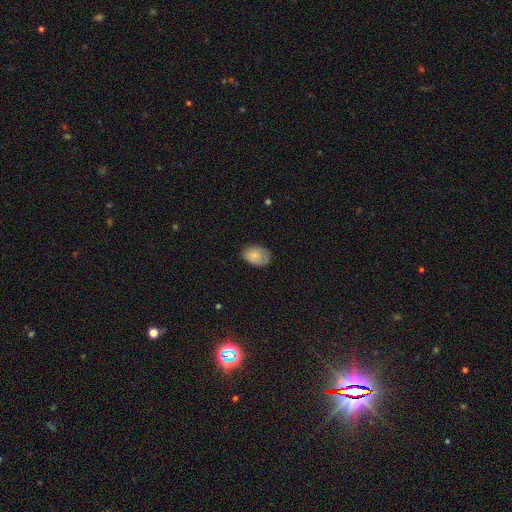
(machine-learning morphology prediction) A smooth galaxy with no disk features (81%) that is in between round and cigar-shaped (81%).

Vote fractions:
- Smooth or featured? smooth: 81% / featured or disk: 11% / star or artifact: 8%
- How rounded? in between: 81% / round: 18% / cigar-shaped: 1%
- Merging? none: 73% / minor disturbance: 21% / major disturbance: 5% / merger: 1%